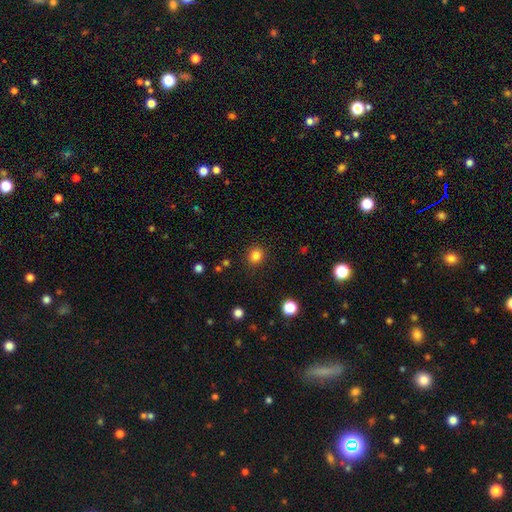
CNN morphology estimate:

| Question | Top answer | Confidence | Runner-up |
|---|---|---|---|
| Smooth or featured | smooth | 83% | star or artifact (12%) |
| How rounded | round | 81% | in between (18%) |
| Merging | none | 89% | minor disturbance (7%) |